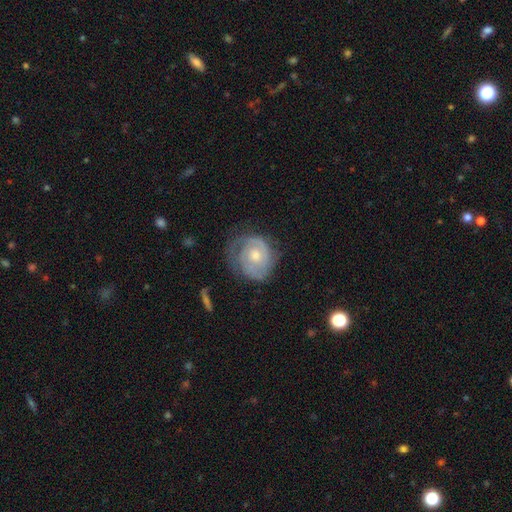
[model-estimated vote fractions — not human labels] Smooth or featured: featured or disk — 74% (smooth — 21%)
Edge-on disk: no — 97% (yes — 3%)
Bar: no — 75% (weak — 21%)
Spiral arms: yes — 88% (no — 12%)
Spiral winding: tight — 66% (medium — 26%)
Spiral arm count: 2 — 42% (can't tell — 28%)
Bulge size: moderate — 57% (small — 37%)
Merging: none — 61% (minor disturbance — 24%)